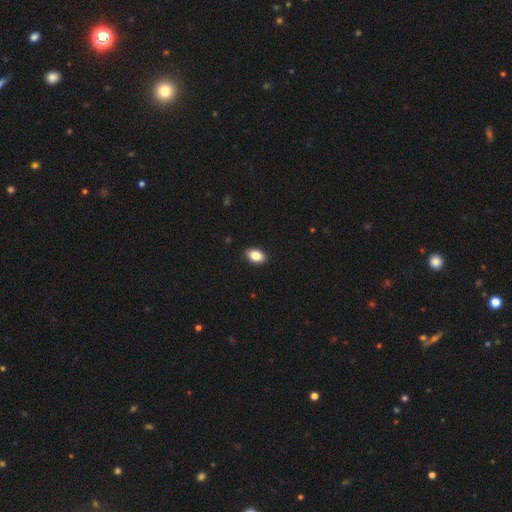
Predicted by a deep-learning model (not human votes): A smooth galaxy with no disk features (87%) that is in between round and cigar-shaped (88%).

Vote fractions:
- Smooth or featured? smooth: 87% / star or artifact: 8% / featured or disk: 5%
- How rounded? in between: 88% / round: 11% / cigar-shaped: 1%
- Merging? none: 90% / minor disturbance: 7% / major disturbance: 2% / merger: 1%